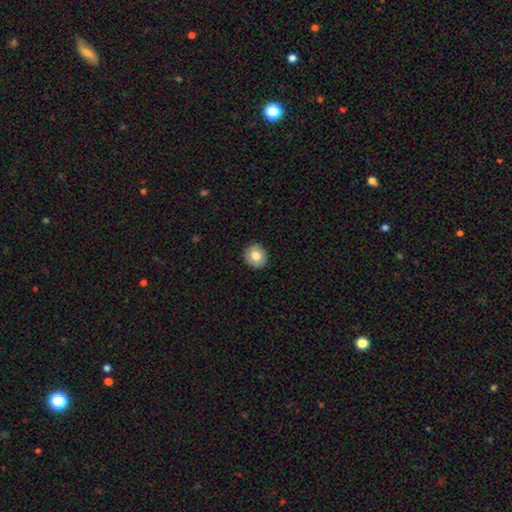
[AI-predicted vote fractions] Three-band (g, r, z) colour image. It shows a smooth galaxy with no disk features (80%) that is round (85%). Merging: none (91%).